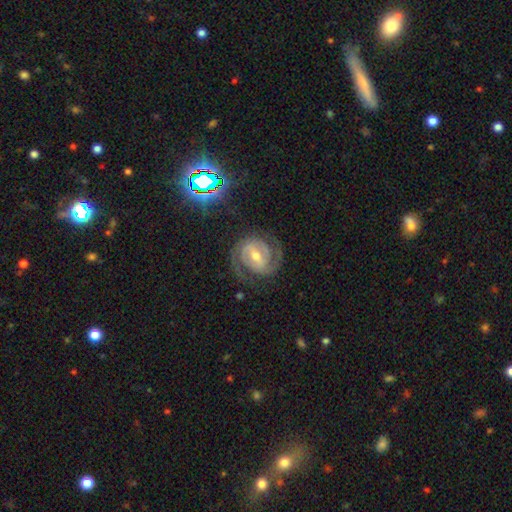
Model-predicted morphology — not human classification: A featured or disk galaxy (87%) with a weak bar (43%), 2 (88%) tight (50%) spiral arms (96%) and a moderate central bulge (63%).

Vote fractions:
- Smooth or featured? featured or disk: 87% / star or artifact: 6% / smooth: 6%
- Edge-on disk? no: 97% / yes: 3%
- Bar? weak: 43% / strong: 40% / no: 17%
- Spiral arms? yes: 96% / no: 4%
- Spiral winding? tight: 50% / medium: 41% / loose: 8%
- Spiral arm count? 2: 88% / can't tell: 5% / 3: 4% / 1: 2% / 4: 1% / more than 4: 1%
- Bulge size? moderate: 63% / small: 32% / large: 3% / none: 1% / dominant: 1%
- Merging? none: 78% / minor disturbance: 13% / major disturbance: 7% / merger: 1%